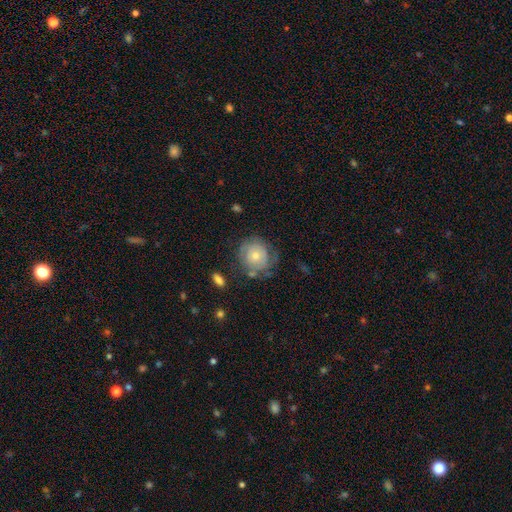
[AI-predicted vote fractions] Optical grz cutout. It shows a smooth galaxy with no disk features (52%) that is round (86%). Merging: none (59%).